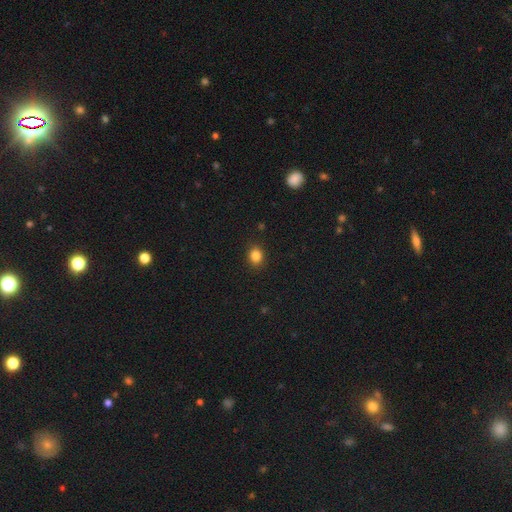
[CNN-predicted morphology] This is clearly a smooth galaxy (84%). How rounded: likely round (60%). Merging: clearly none (90%).